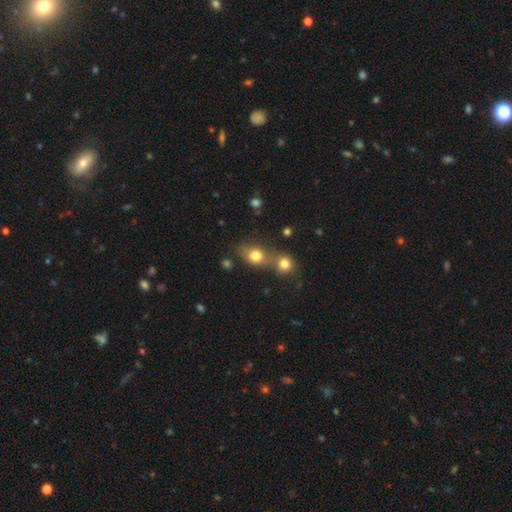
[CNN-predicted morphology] smooth 78%, star or artifact 12%, featured or disk 11%. Down the decision tree: how rounded — round (50%); merging — merger (43%).